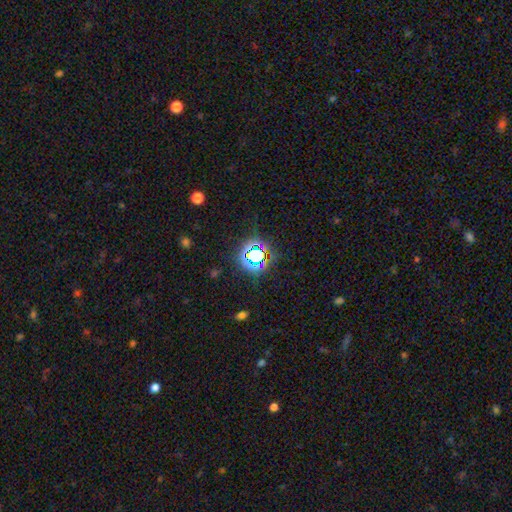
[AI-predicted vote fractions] smooth-or-featured: star or artifact: 67% | smooth: 23% | featured or disk: 10%